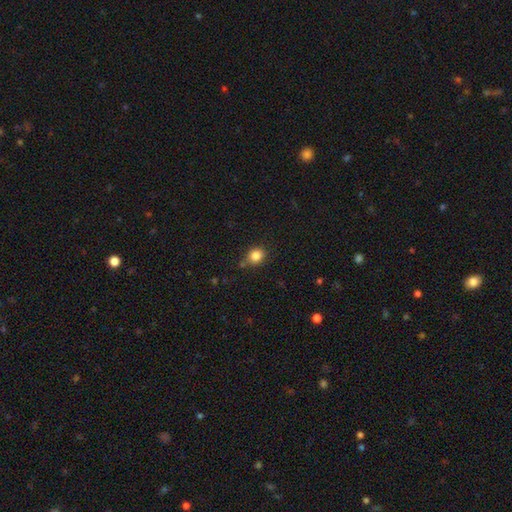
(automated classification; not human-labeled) This is clearly a smooth galaxy (84%). How rounded: likely round (70%). Merging: likely none (76%).